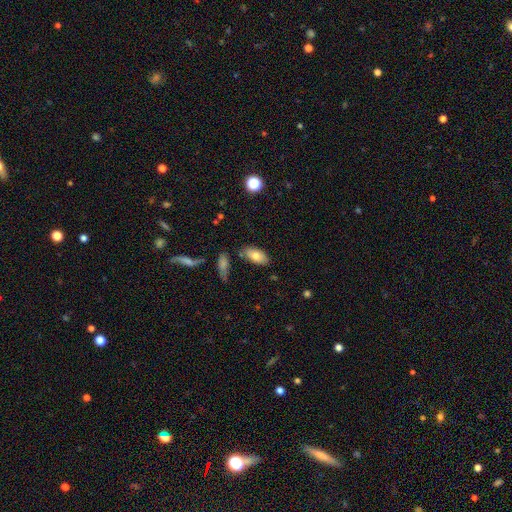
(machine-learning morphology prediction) Smooth or featured? Predicted: smooth (p=0.78). How rounded? Predicted: in between (p=0.92). Merging? Predicted: none (p=0.78).